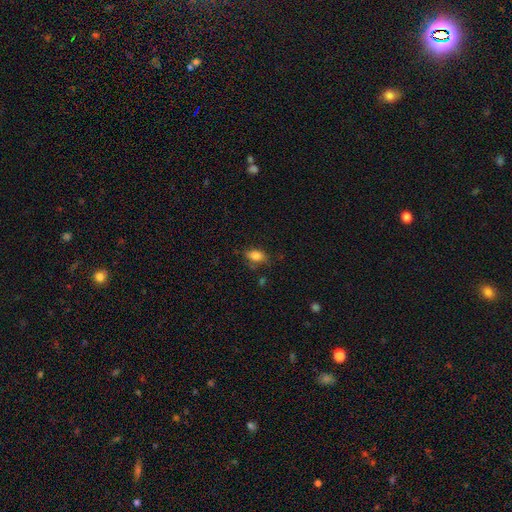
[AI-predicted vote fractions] This appears to be a smooth galaxy with no disk features (83%) that is in between round and cigar-shaped (87%). Merging: none (69%).